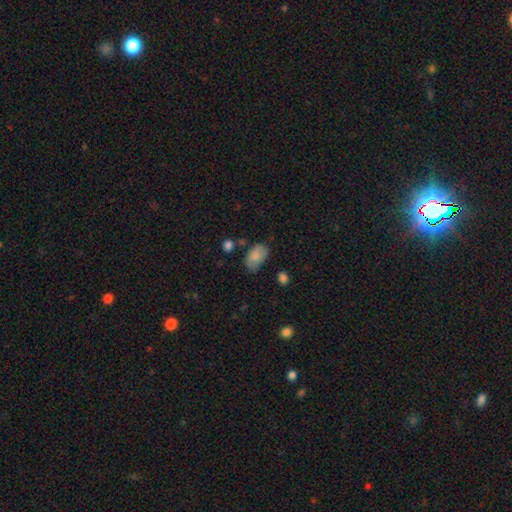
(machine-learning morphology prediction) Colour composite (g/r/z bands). It shows a smooth galaxy with no disk features (82%) that is in between round and cigar-shaped (91%). Merging: none (58%).